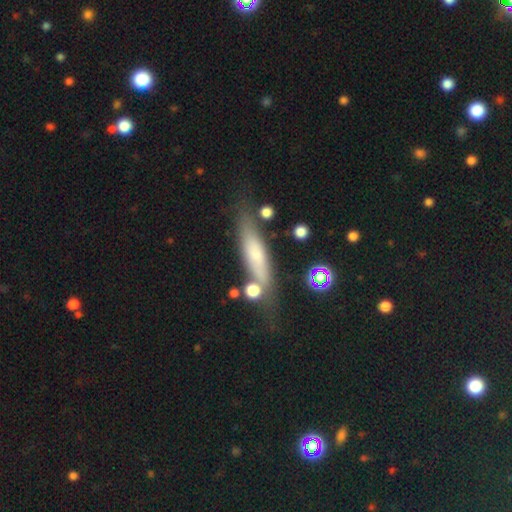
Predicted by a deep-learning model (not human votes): This is possibly a smooth galaxy (54%). How rounded: likely cigar-shaped (72%). Merging: likely none (63%).